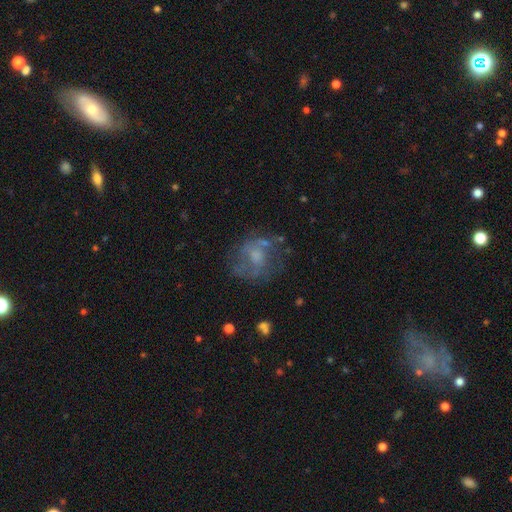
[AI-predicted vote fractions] smooth-or-featured: featured or disk: 59% | smooth: 29% | star or artifact: 12%
  disk-edge-on: no: 97% | yes: 3%
    bar: no: 71% | weak: 25% | strong: 4%
    has-spiral-arms: yes: 57% | no: 43%
    bulge-size: moderate: 41% | small: 29% | none: 20% | large: 8% | dominant: 2%
  merging: none: 60% | minor disturbance: 20% | major disturbance: 17% | merger: 3%